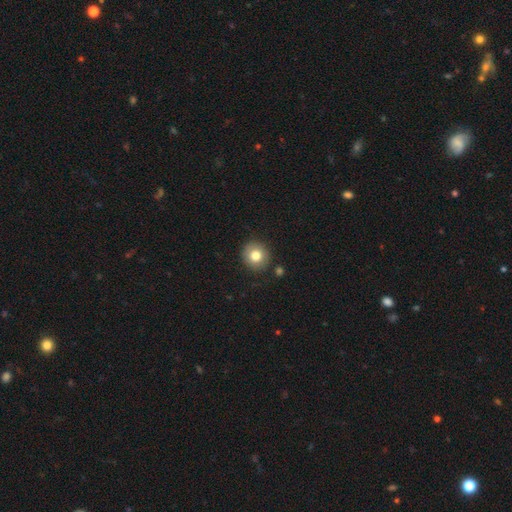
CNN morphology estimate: smooth 80%, featured or disk 11%, star or artifact 9%. Down the decision tree: how rounded — round (91%); merging — none (87%).